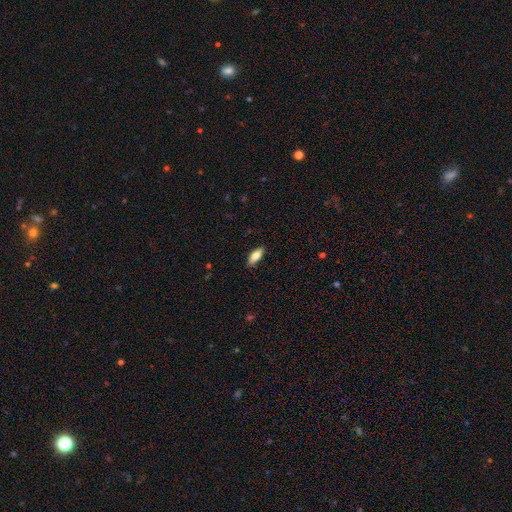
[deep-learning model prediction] A smooth galaxy with no disk features (80%) that is in between round and cigar-shaped (78%).

Vote fractions:
- Smooth or featured? smooth: 80% / featured or disk: 13% / star or artifact: 6%
- How rounded? in between: 78% / cigar-shaped: 20% / round: 2%
- Merging? none: 85% / minor disturbance: 12% / major disturbance: 2% / merger: 1%